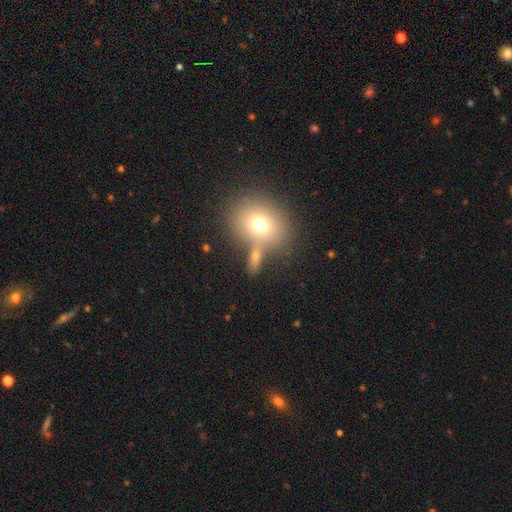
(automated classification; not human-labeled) The model was most divided on "how rounded": in between: 55%, round: 36%, cigar-shaped: 9%. More confident: smooth or featured — smooth (69%); merging — none (51%).